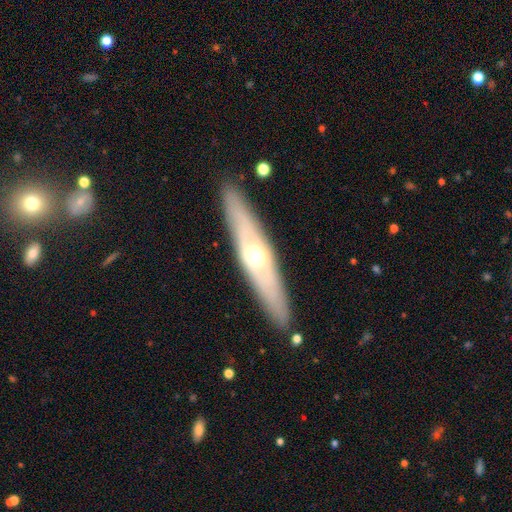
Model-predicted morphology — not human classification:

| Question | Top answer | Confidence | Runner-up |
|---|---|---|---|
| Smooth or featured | featured or disk | 67% | smooth (27%) |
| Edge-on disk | yes | 57% | no (43%) |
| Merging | none | 89% | minor disturbance (8%) |